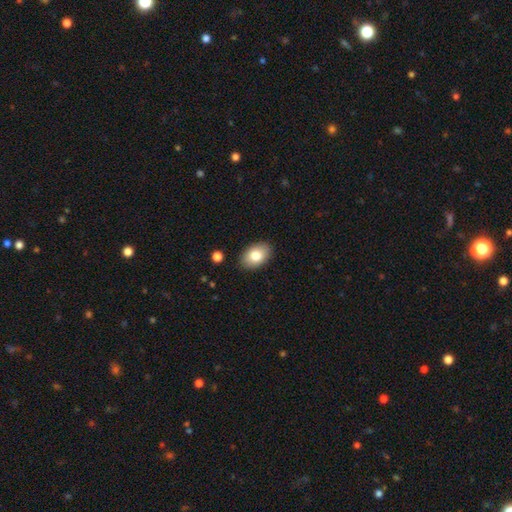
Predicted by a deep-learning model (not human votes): The model was most divided on "smooth or featured": smooth: 82%, featured or disk: 11%, star or artifact: 7%. More confident: how rounded — in between (89%); merging — none (88%).